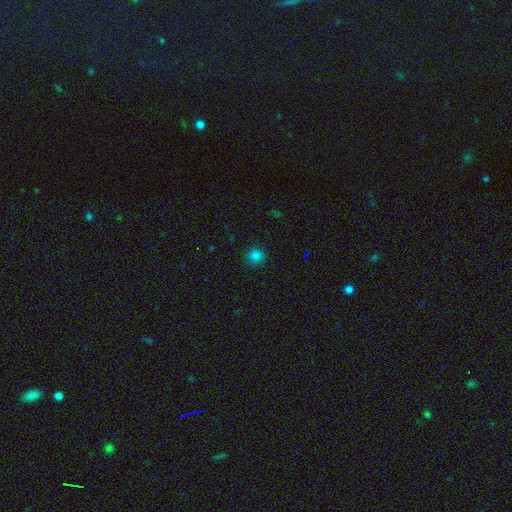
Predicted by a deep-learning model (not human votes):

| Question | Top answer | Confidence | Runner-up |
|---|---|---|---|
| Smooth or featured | smooth | 81% | star or artifact (15%) |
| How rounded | round | 87% | in between (12%) |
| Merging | none | 90% | minor disturbance (7%) |